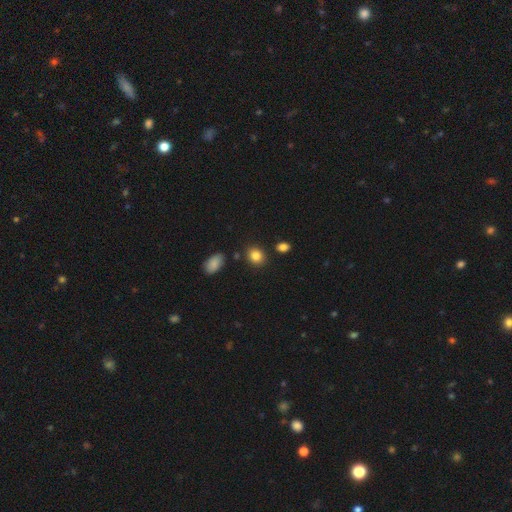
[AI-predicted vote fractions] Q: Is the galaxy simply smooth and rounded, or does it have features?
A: smooth — 85%.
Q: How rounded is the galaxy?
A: round — 61%.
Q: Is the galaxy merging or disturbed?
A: none — 84%.